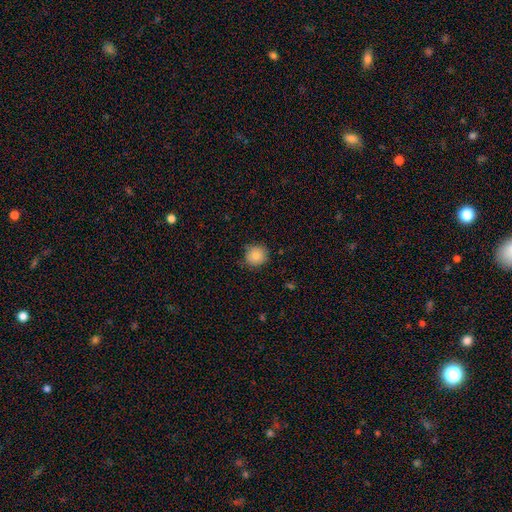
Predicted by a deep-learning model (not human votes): Smooth or featured?
  - smooth: 85% *
  - star or artifact: 9%
  - featured or disk: 6%
How rounded?
  - round: 91% *
  - in between: 8%
  - cigar-shaped: 1%
Merging?
  - none: 82% *
  - minor disturbance: 14%
  - major disturbance: 2%
  - merger: 1%